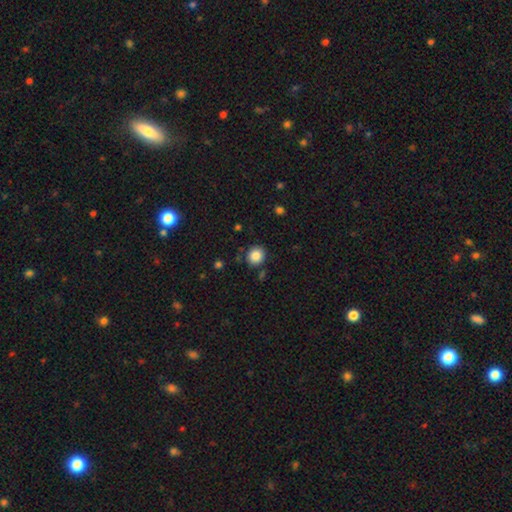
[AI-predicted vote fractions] Smooth or featured? Predicted: smooth (p=0.86). How rounded? Predicted: round (p=0.83). Merging? Predicted: none (p=0.85).